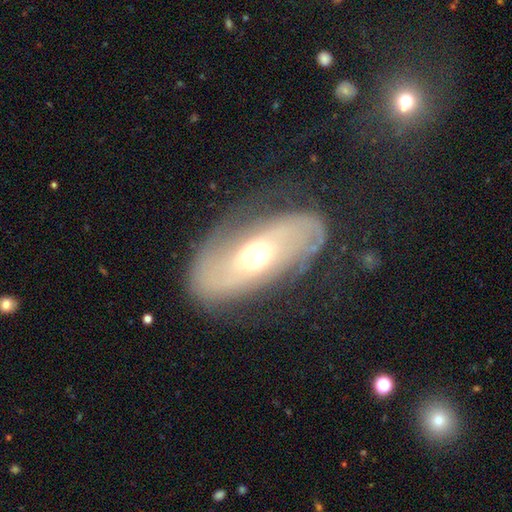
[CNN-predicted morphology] Smooth or featured? Predicted: featured or disk (p=0.78). Edge-on disk? Predicted: no (p=0.93). Bar? Predicted: no (p=0.57). Spiral arms? Predicted: yes (p=0.87). Spiral winding? Predicted: medium (p=0.39). Spiral arm count? Predicted: 2 (p=0.81). Bulge size? Predicted: moderate (p=0.67). Merging? Predicted: none (p=0.71).